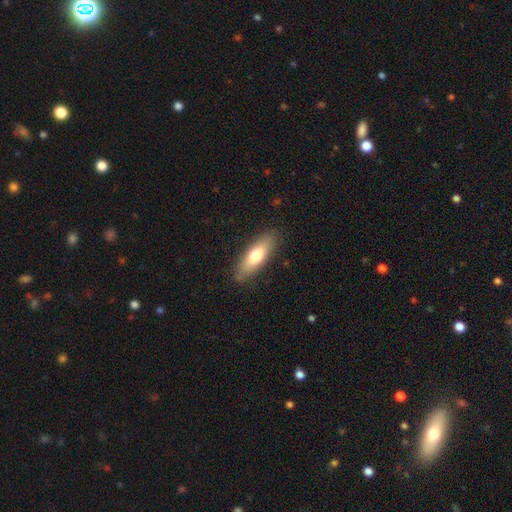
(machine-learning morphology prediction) Overall: smooth (67%). How rounded: in between (52%; cigar-shaped 46%). Merging: none (85%).